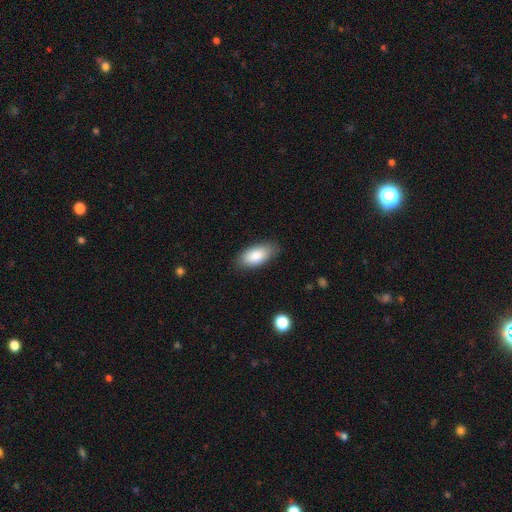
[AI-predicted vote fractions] Morphology: type=smooth (85%); roundness=in between (92%); merging=none (83%).